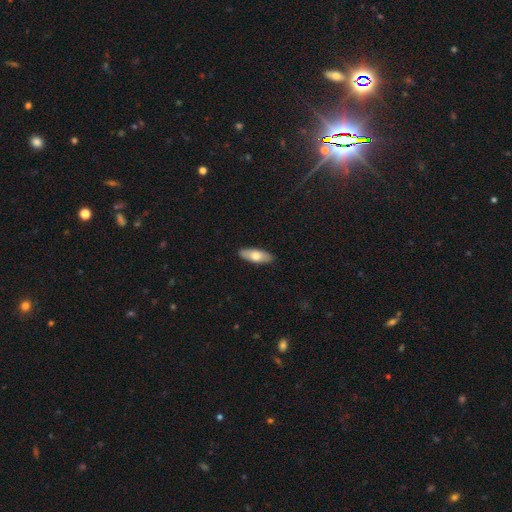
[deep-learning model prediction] Smooth or featured?
  - smooth: 71% *
  - featured or disk: 24%
  - star or artifact: 6%
How rounded?
  - in between: 69% *
  - cigar-shaped: 29%
  - round: 2%
Merging?
  - none: 89% *
  - minor disturbance: 8%
  - major disturbance: 2%
  - merger: 1%